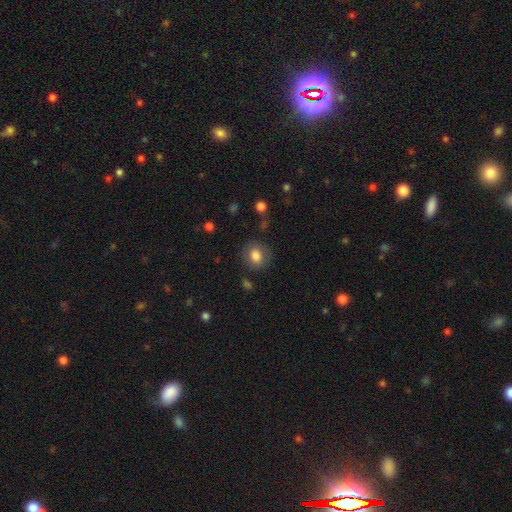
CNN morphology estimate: type=smooth (82%); roundness=round (71%); merging=none (81%).